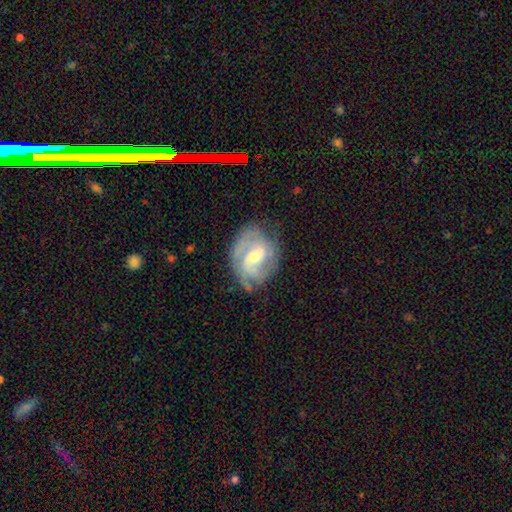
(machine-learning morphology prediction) Smooth or featured?
  - featured or disk: 84% *
  - smooth: 10%
  - star or artifact: 6%
Edge-on disk?
  - no: 97% *
  - yes: 3%
Bar?
  - weak: 50% *
  - no: 34%
  - strong: 16%
Spiral arms?
  - yes: 95% *
  - no: 5%
Spiral winding?
  - tight: 47% *
  - medium: 41%
  - loose: 12%
Spiral arm count?
  - 2: 45% *
  - 3: 22%
  - can't tell: 20%
  - 4: 5%
  - 1: 4%
  - more than 4: 3%
Bulge size?
  - moderate: 50% *
  - small: 46%
  - large: 2%
  - none: 1%
  - dominant: 1%
Merging?
  - none: 68% *
  - minor disturbance: 22%
  - major disturbance: 9%
  - merger: 2%